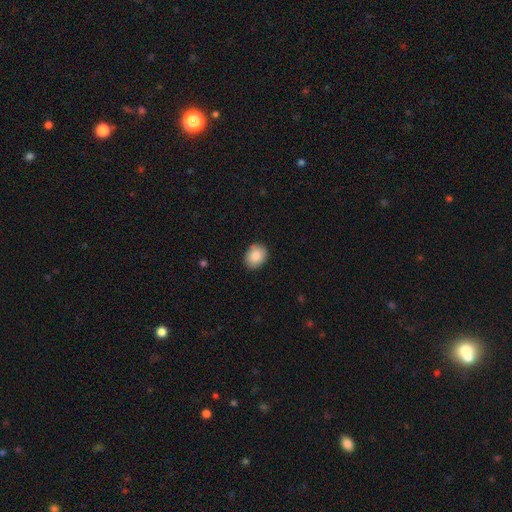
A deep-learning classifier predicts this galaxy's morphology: Q: Smooth or featured?
A: smooth (87%); runner-up: star or artifact (7%)
Q: How rounded?
A: in between (58%); runner-up: round (41%)
Q: Merging?
A: none (87%); runner-up: minor disturbance (10%)